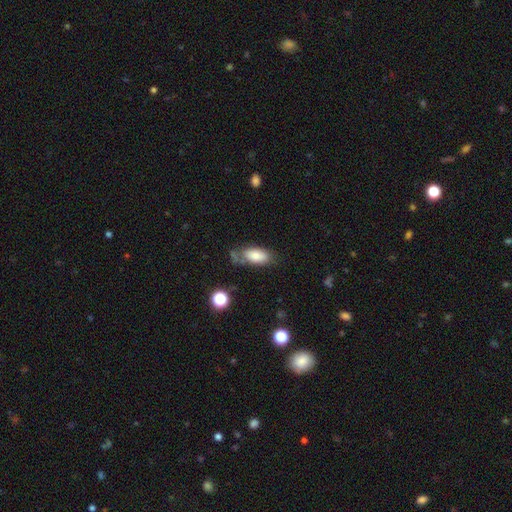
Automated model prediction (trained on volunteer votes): smooth 80%, featured or disk 12%, star or artifact 8%. Down the decision tree: how rounded — in between (90%); merging — none (51%).